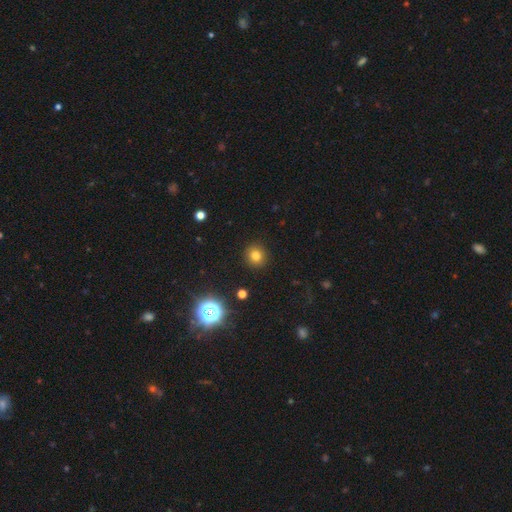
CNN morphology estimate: smooth-or-featured: smooth: 77% | star or artifact: 16% | featured or disk: 7%
  how-rounded: round: 90% | in between: 9% | cigar-shaped: 1%
  merging: none: 91% | minor disturbance: 5% | major disturbance: 2% | merger: 1%